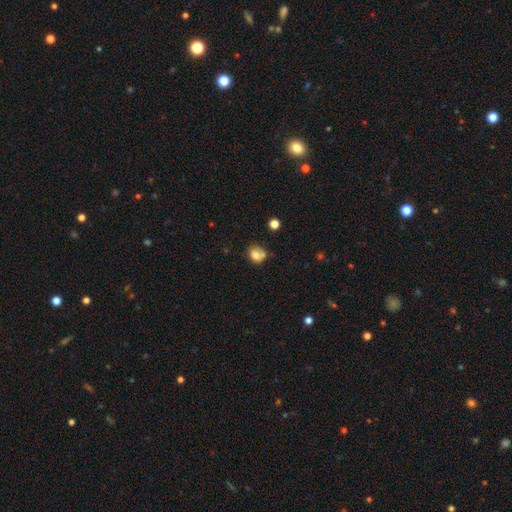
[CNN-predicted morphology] type=smooth (75%); roundness=round (65%); merging=none (53%).